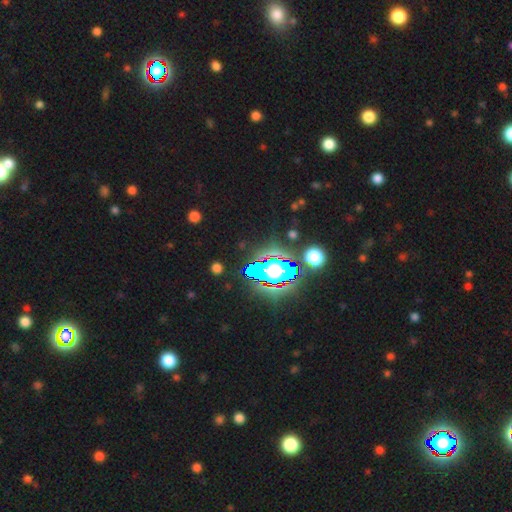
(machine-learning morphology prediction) smooth_or_featured: star or artifact (p=0.82) [alt: smooth p=0.11]